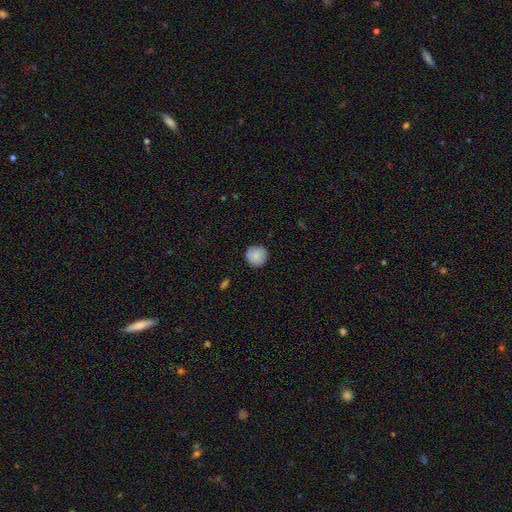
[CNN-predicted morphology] Q: Smooth or featured?
A: smooth (86%); runner-up: star or artifact (7%)
Q: How rounded?
A: round (95%); runner-up: in between (5%)
Q: Merging?
A: none (88%); runner-up: minor disturbance (9%)